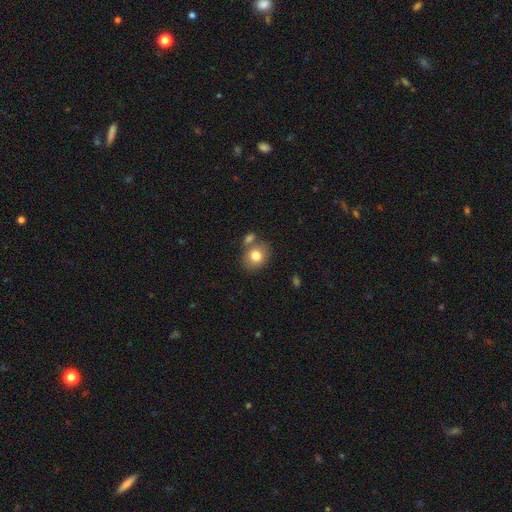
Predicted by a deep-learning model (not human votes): Smooth or featured: smooth — 78% (featured or disk — 12%)
How rounded: round — 63% (in between — 36%)
Merging: none — 60% (merger — 24%)